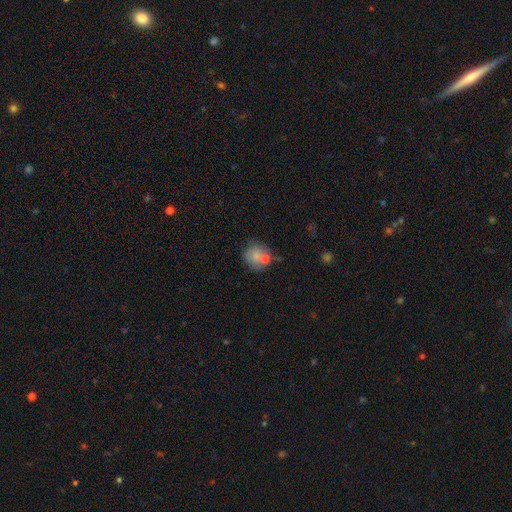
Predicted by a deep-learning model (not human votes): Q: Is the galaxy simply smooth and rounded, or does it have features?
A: smooth — 74%.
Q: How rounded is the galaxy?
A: round — 82%.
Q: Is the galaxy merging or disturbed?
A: none — 52%.